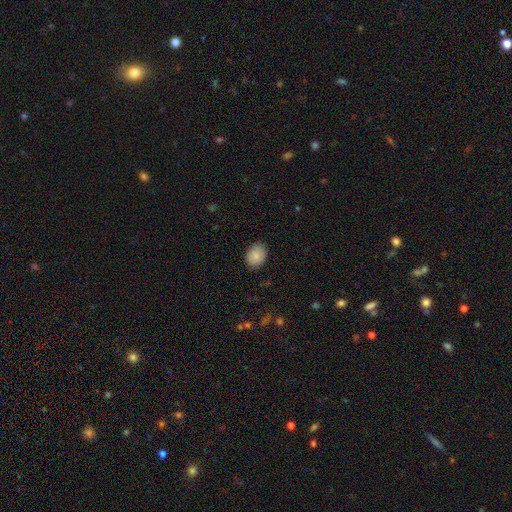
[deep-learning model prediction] Morphology: type=smooth (87%); roundness=in between (66%); merging=none (87%).